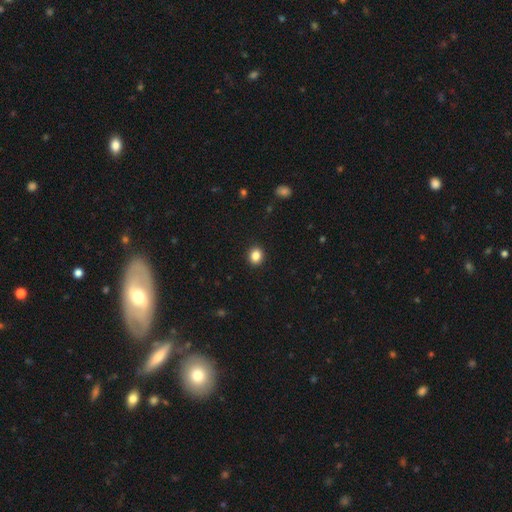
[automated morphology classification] Q: Smooth or featured?
A: smooth (85%); runner-up: star or artifact (10%)
Q: How rounded?
A: round (66%); runner-up: in between (33%)
Q: Merging?
A: none (92%); runner-up: minor disturbance (6%)